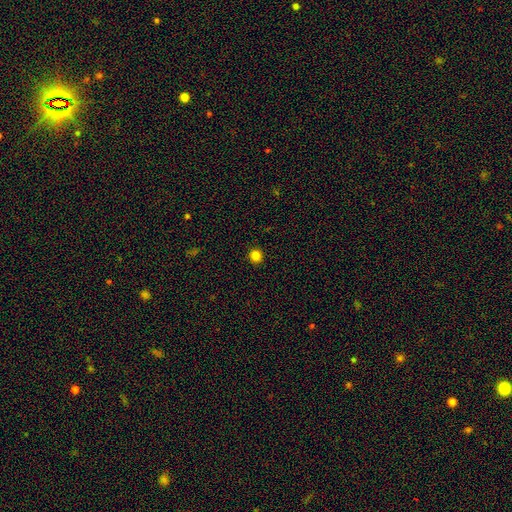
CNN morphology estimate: Smooth or featured: smooth — 84% (star or artifact — 13%)
How rounded: round — 94% (in between — 5%)
Merging: none — 93% (minor disturbance — 5%)